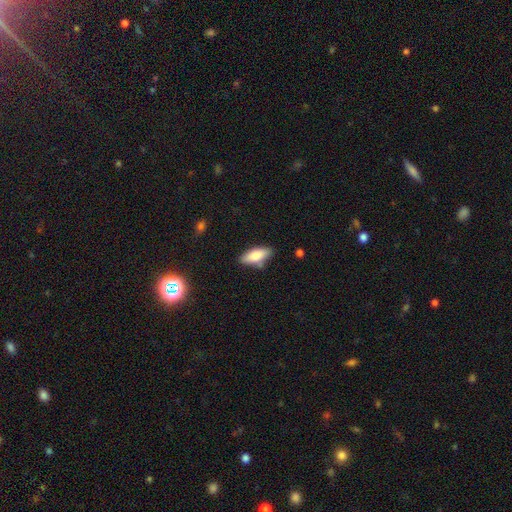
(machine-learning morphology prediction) Smooth or featured?
  - smooth: 78% *
  - featured or disk: 15%
  - star or artifact: 7%
How rounded?
  - in between: 76% *
  - cigar-shaped: 22%
  - round: 2%
Merging?
  - none: 76% *
  - minor disturbance: 16%
  - merger: 4%
  - major disturbance: 3%